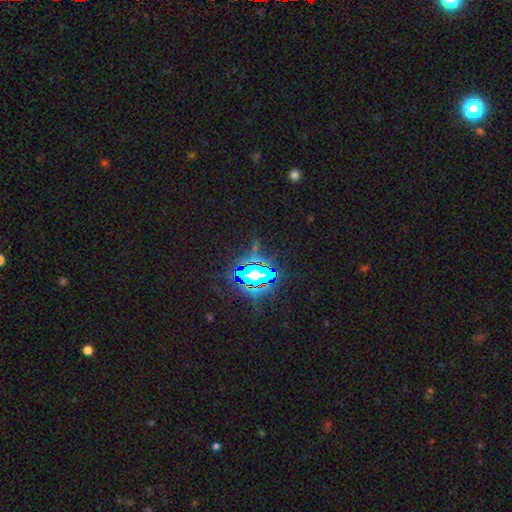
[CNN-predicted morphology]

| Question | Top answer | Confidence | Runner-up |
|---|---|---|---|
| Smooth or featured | star or artifact | 83% | smooth (11%) |